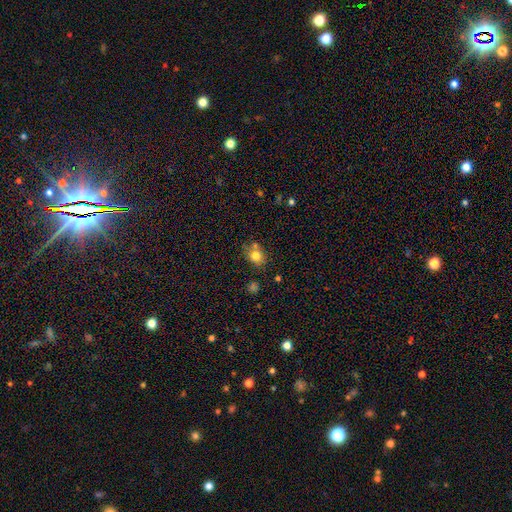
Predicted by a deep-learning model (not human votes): A smooth galaxy with no disk features (79%) that is round (62%). Merging: none (64%).